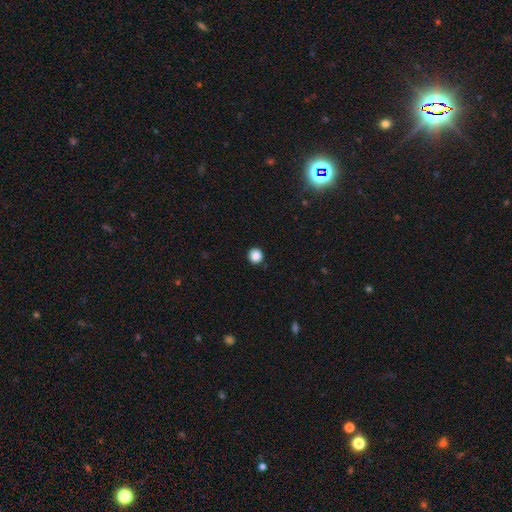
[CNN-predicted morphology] Q: Smooth or featured?
A: smooth (87%); runner-up: star or artifact (10%)
Q: How rounded?
A: round (95%); runner-up: in between (4%)
Q: Merging?
A: none (92%); runner-up: minor disturbance (5%)